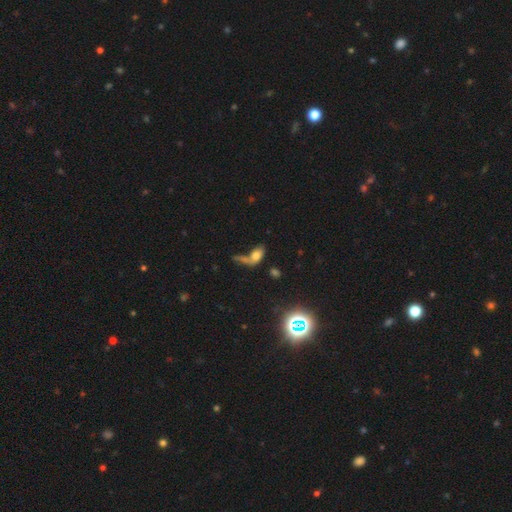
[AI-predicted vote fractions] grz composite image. It shows a smooth galaxy with no disk features (66%) that is in between round and cigar-shaped (86%). Merging: merger (39%).